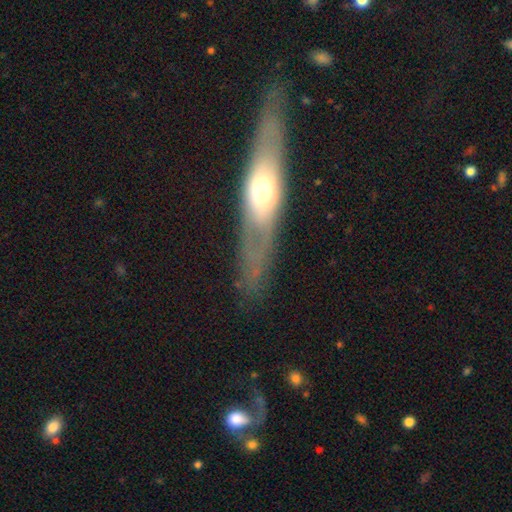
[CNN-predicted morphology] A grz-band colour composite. It shows a featured or disk galaxy (62%) viewed edge-on (66%). Merging: none (79%).